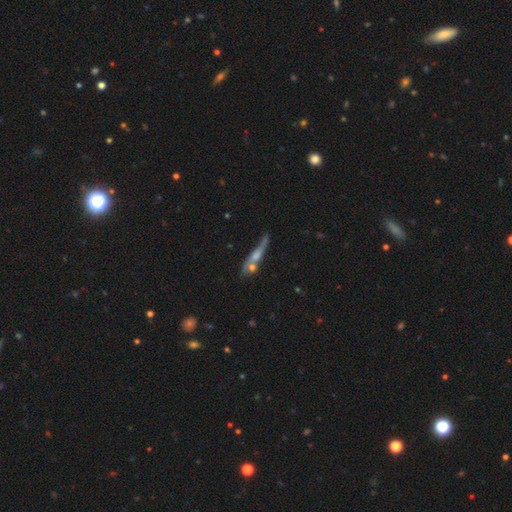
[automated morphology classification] A featured or disk galaxy (57%) viewed edge-on (77%).

Vote fractions:
- Smooth or featured? featured or disk: 57% / smooth: 31% / star or artifact: 11%
- Edge-on disk? yes: 77% / no: 23%
- Merging? none: 47% / merger: 26% / minor disturbance: 17% / major disturbance: 9%